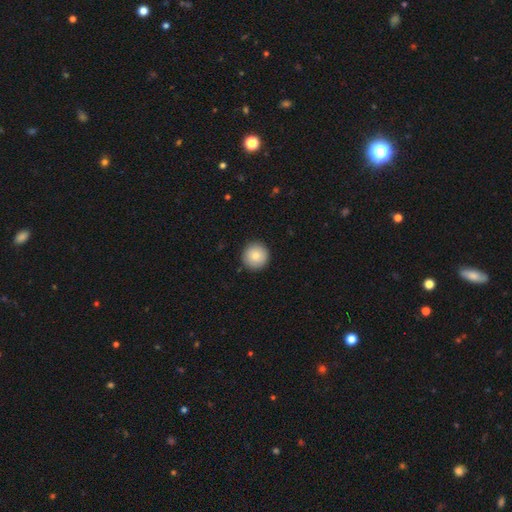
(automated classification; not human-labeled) Morphology: type=smooth (81%); roundness=round (96%); merging=none (92%).